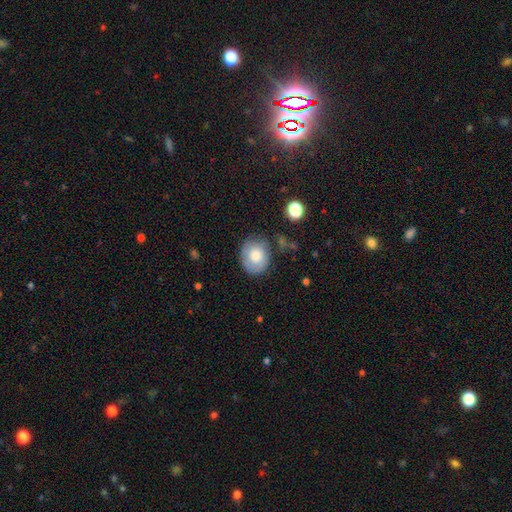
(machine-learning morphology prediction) Smooth or featured? Predicted: smooth (p=0.74). How rounded? Predicted: round (p=0.66). Merging? Predicted: none (p=0.73).